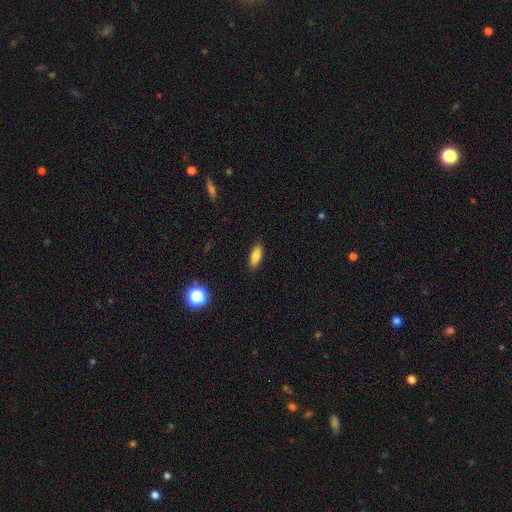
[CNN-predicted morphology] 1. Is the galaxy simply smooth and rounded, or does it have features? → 80% smooth, 11% featured or disk, 9% star or artifact.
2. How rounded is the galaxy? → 78% in between, 19% cigar-shaped, 3% round.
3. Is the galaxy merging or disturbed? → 88% none, 9% minor disturbance, 2% major disturbance, 1% merger.